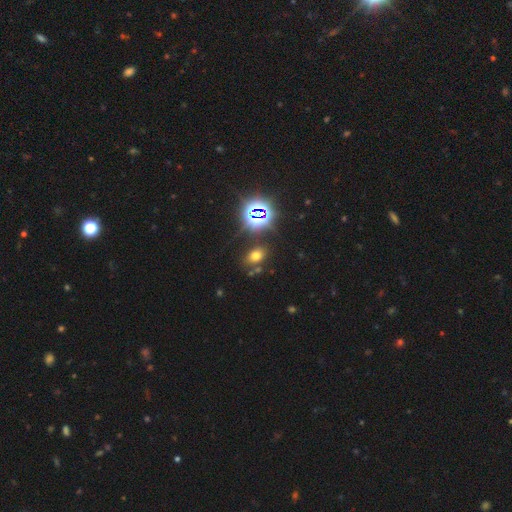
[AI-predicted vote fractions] A smooth galaxy with no disk features (58%) that is in between round and cigar-shaped (71%). Merging: none (78%).